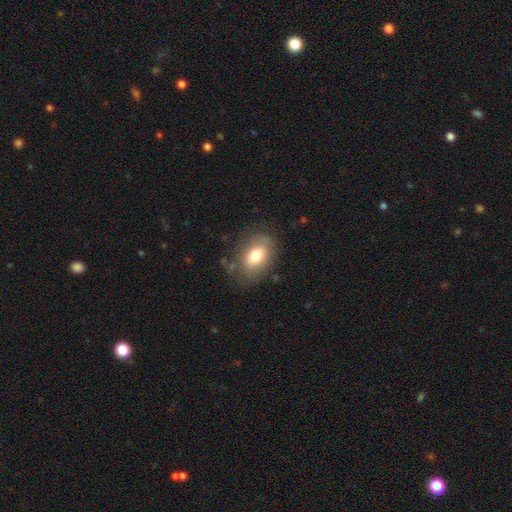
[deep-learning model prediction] Q: Smooth or featured?
A: smooth (74%); runner-up: featured or disk (18%)
Q: How rounded?
A: in between (82%); runner-up: round (16%)
Q: Merging?
A: none (75%); runner-up: minor disturbance (17%)